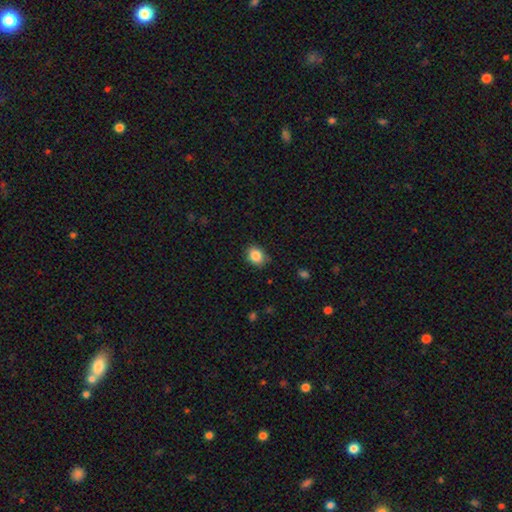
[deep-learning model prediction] Overall: smooth (86%). How rounded: round (61%; in between 38%). Merging: none (82%).